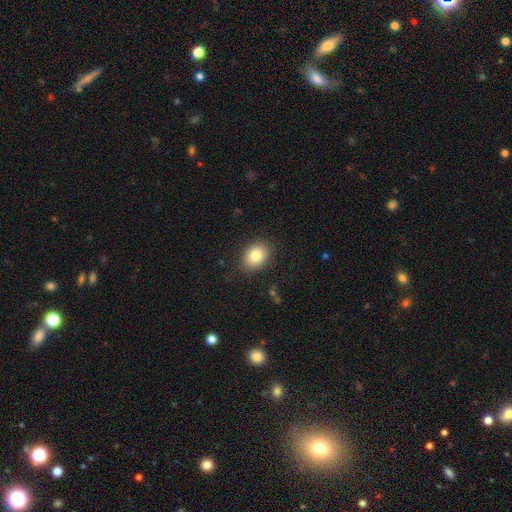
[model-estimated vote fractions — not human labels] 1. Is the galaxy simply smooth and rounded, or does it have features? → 83% smooth, 9% featured or disk, 8% star or artifact.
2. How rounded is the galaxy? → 69% in between, 30% round, 1% cigar-shaped.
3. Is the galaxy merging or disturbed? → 84% none, 12% minor disturbance, 3% major disturbance, 1% merger.